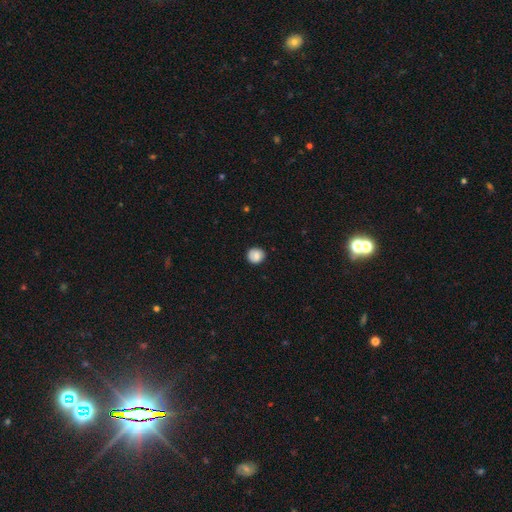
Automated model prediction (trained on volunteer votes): A smooth galaxy with no disk features (80%) that is round (88%). Merging: none (84%).